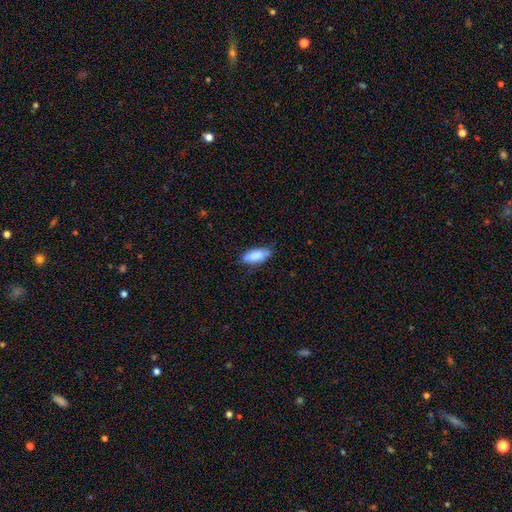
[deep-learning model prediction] Smooth or featured: smooth — 84% (featured or disk — 10%)
How rounded: in between — 76% (cigar-shaped — 22%)
Merging: none — 72% (minor disturbance — 23%)